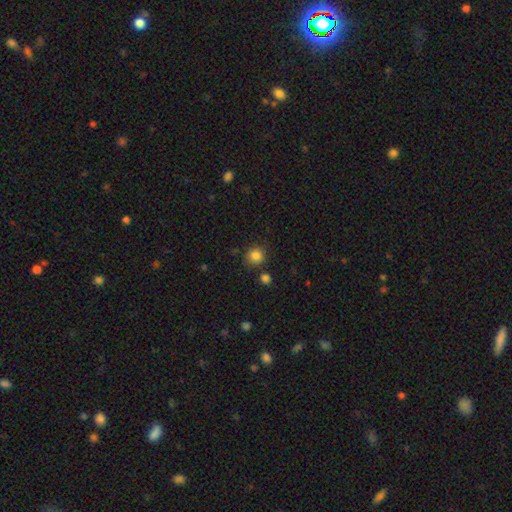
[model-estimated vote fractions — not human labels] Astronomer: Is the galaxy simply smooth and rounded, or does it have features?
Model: smooth — 84%.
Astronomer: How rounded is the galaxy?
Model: round — 91%.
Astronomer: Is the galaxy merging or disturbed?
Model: none — 84%.